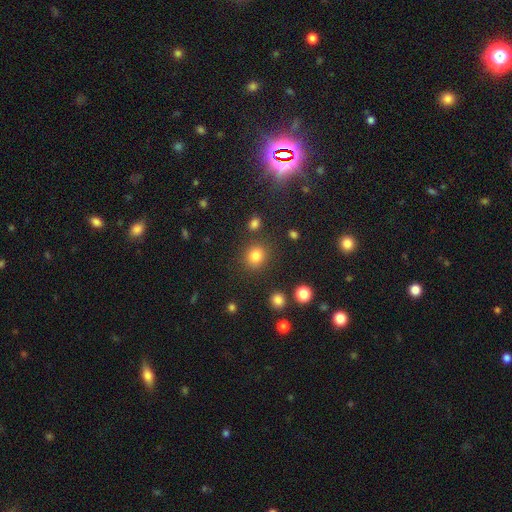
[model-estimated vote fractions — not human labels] smooth 81%, star or artifact 13%, featured or disk 5%. Down the decision tree: how rounded — round (83%); merging — none (84%).